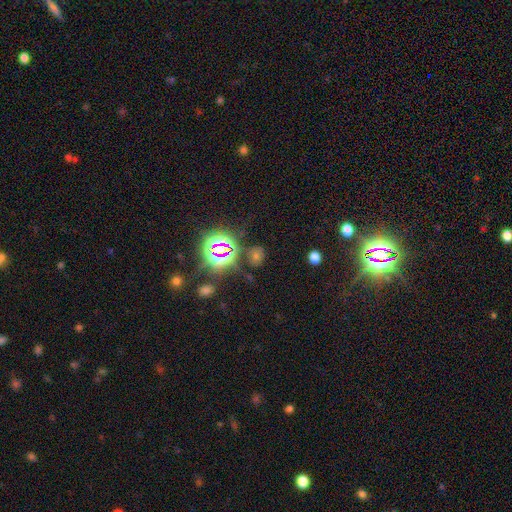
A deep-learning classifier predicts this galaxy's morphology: smooth_or_featured: star or artifact (p=0.54) [alt: smooth p=0.36]